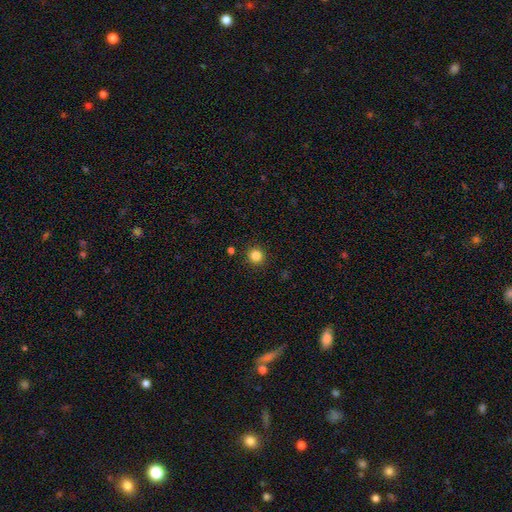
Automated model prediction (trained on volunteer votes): Smooth or featured: smooth — 83% (star or artifact — 13%)
How rounded: round — 95% (in between — 4%)
Merging: none — 92% (minor disturbance — 5%)